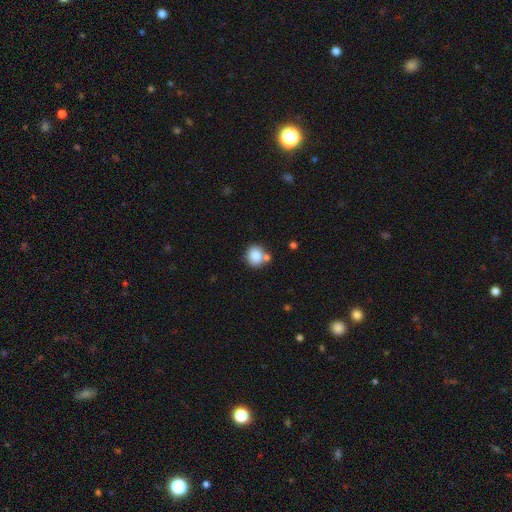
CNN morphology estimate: Smooth or featured? Predicted: smooth (p=0.83). How rounded? Predicted: round (p=0.85). Merging? Predicted: none (p=0.64).